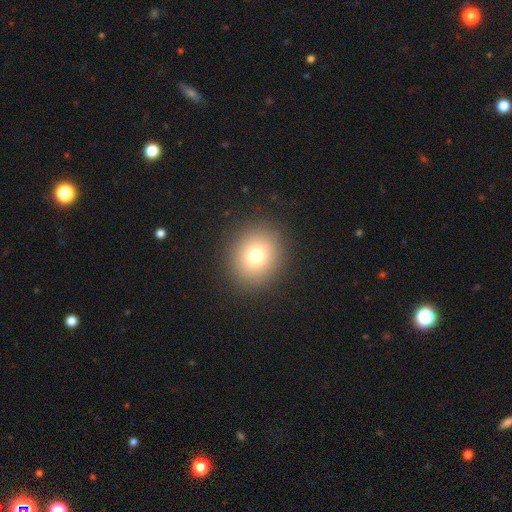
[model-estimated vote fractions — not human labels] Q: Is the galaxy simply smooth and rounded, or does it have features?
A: smooth — 75%.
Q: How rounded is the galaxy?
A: round — 78%.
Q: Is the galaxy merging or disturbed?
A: none — 89%.